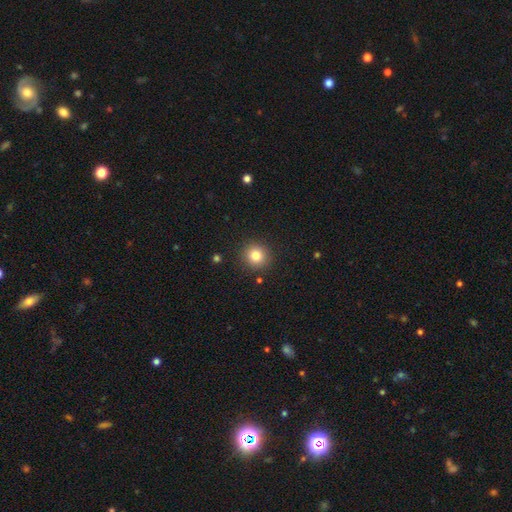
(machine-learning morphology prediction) A smooth galaxy with no disk features (82%) that is round (93%). Merging: none (90%).